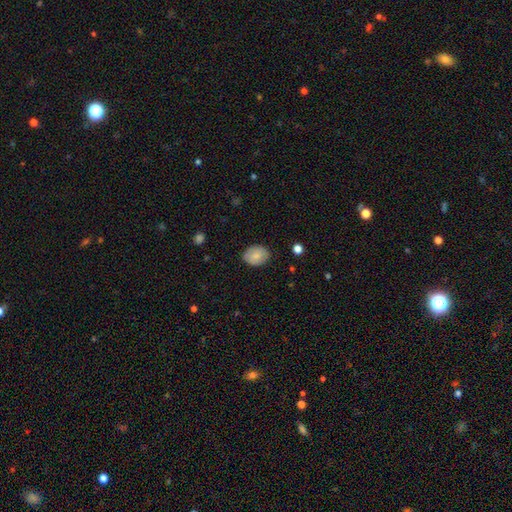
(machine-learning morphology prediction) Q: Smooth or featured?
A: smooth (81%); runner-up: featured or disk (12%)
Q: How rounded?
A: in between (62%); runner-up: round (37%)
Q: Merging?
A: none (84%); runner-up: minor disturbance (12%)